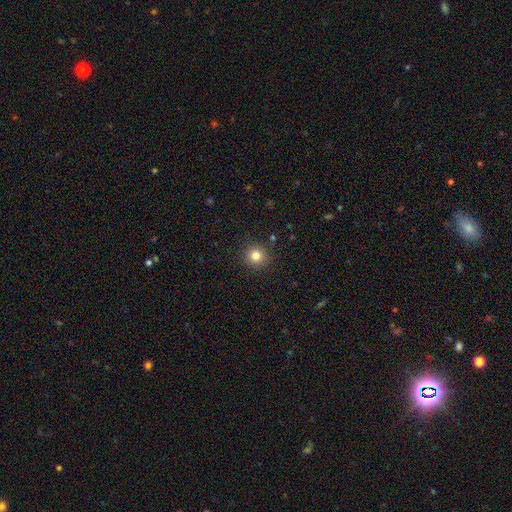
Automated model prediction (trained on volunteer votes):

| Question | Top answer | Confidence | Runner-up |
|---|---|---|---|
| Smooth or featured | smooth | 82% | star or artifact (12%) |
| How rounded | round | 93% | in between (6%) |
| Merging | none | 90% | minor disturbance (6%) |